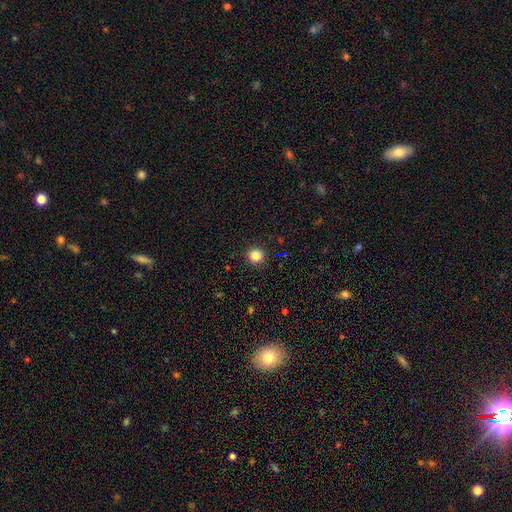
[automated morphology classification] Smooth or featured? smooth (84%)
How rounded? round (94%)
Merging? none (93%)